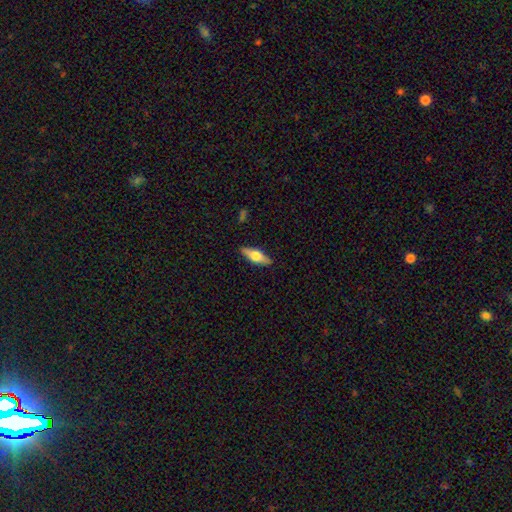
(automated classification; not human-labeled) This is possibly a smooth galaxy (51%). How rounded: likely in between (62%). Merging: clearly none (88%).